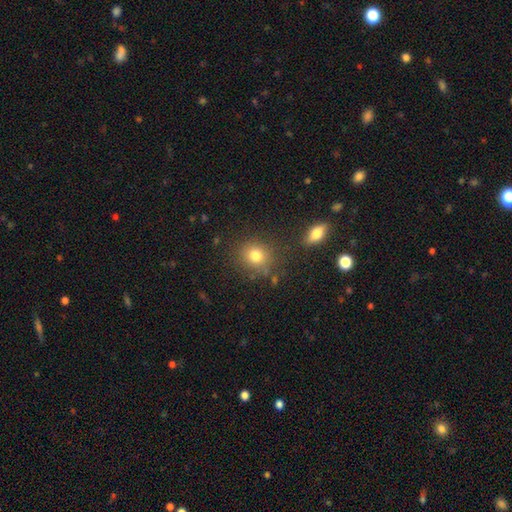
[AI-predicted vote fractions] A smooth galaxy with no disk features (79%) that is round (80%).

Vote fractions:
- Smooth or featured? smooth: 79% / star or artifact: 13% / featured or disk: 8%
- How rounded? round: 80% / in between: 18% / cigar-shaped: 1%
- Merging? none: 82% / minor disturbance: 10% / merger: 5% / major disturbance: 4%